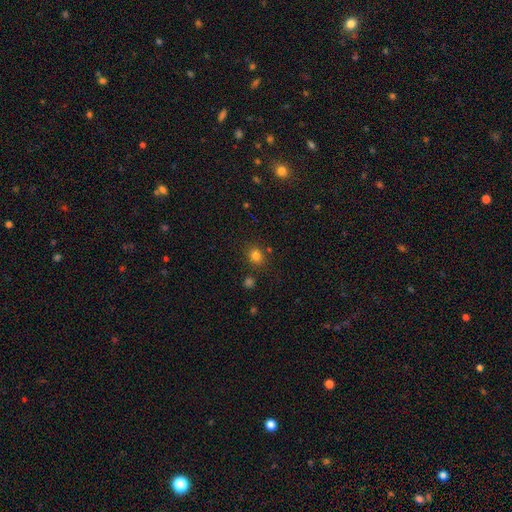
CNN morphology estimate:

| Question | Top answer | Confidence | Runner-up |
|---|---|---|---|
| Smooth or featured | smooth | 81% | star or artifact (14%) |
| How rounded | round | 68% | in between (31%) |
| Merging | none | 81% | minor disturbance (10%) |